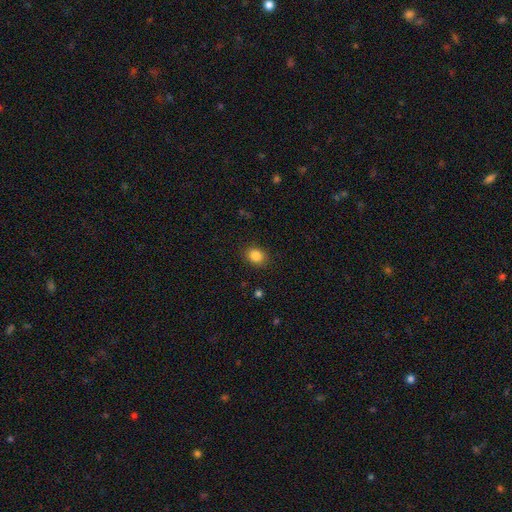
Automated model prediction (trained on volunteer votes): This appears to be a smooth galaxy with no disk features (85%) that is round (54%). Merging: none (88%).